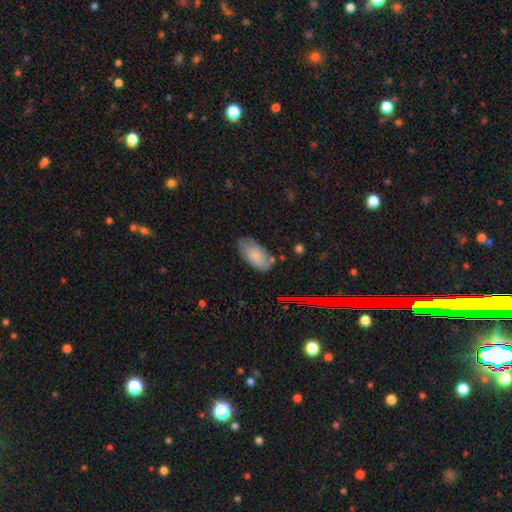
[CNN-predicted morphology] Overall: smooth (75%). How rounded: in between (94%). Merging: none (69%).